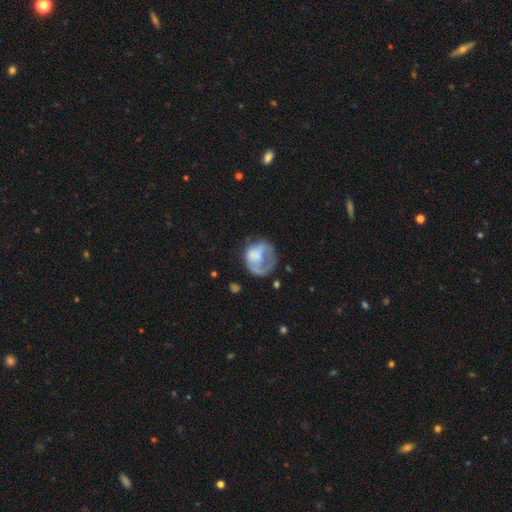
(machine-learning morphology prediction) The model was most divided on "merging" (2-way tie): major disturbance: 36%, none: 36%, minor disturbance: 24%, merger: 3%. More confident: how rounded — round (69%); smooth or featured — smooth (51%).